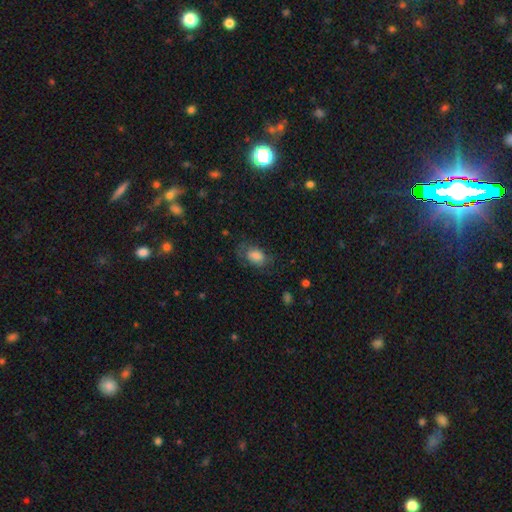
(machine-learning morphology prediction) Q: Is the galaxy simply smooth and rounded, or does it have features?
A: smooth — 72%.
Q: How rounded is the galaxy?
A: in between — 86%.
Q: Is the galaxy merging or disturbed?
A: none — 56%.